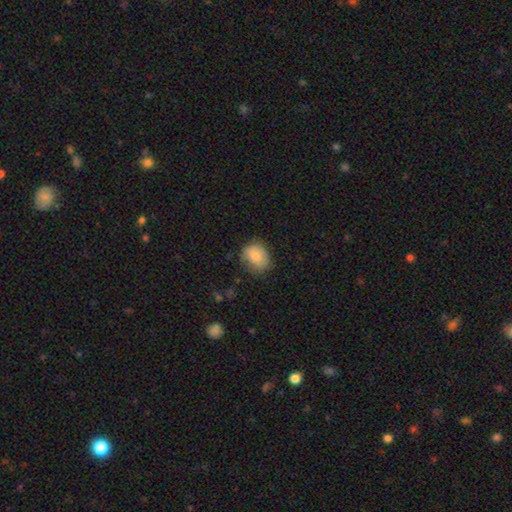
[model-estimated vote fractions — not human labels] This appears to be a smooth galaxy with no disk features (81%) that is round (51%). Merging: none (66%).